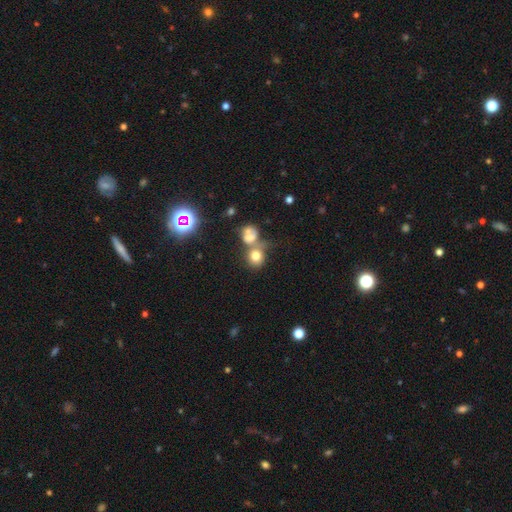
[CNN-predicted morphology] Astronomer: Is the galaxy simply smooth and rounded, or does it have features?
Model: smooth — 72%.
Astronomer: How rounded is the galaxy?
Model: round — 78%.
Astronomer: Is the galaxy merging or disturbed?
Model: merger — 42% (runner-up: none, 41%).